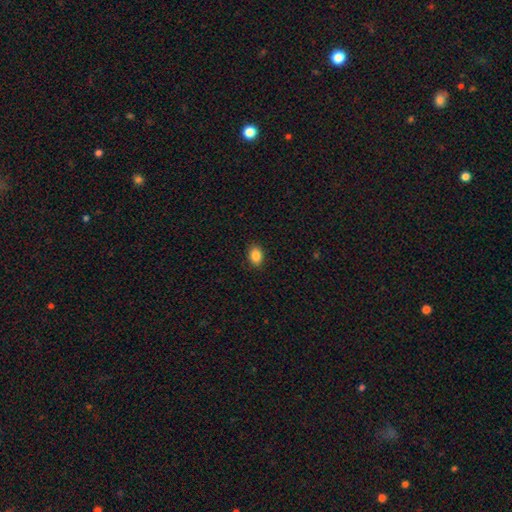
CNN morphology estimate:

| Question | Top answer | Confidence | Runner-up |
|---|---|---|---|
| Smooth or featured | smooth | 86% | star or artifact (9%) |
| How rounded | in between | 65% | round (33%) |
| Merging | none | 89% | minor disturbance (8%) |